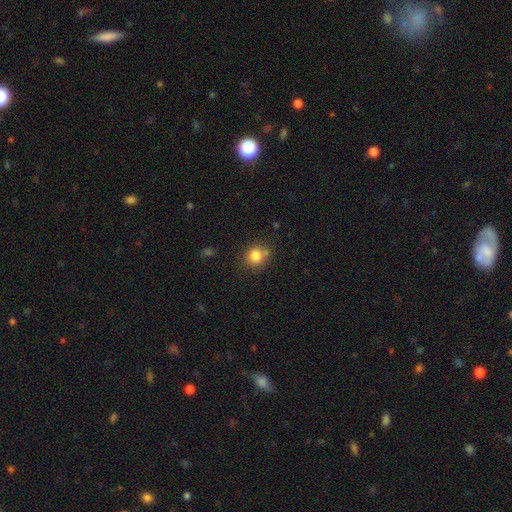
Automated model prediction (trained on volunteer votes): This appears to be a smooth galaxy with no disk features (81%) that is round (78%). Merging: none (68%).